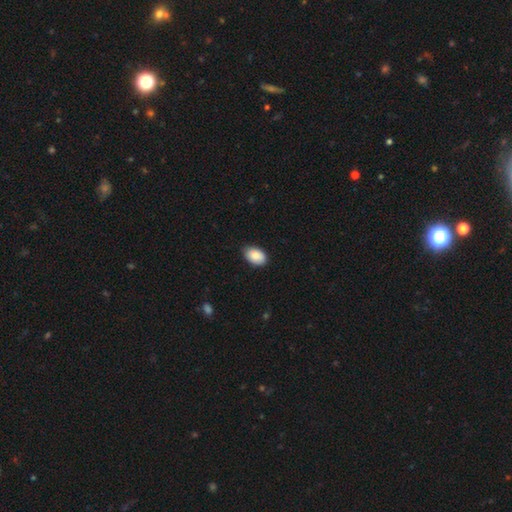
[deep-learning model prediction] Morphology: type=smooth (87%); roundness=in between (90%); merging=none (81%).